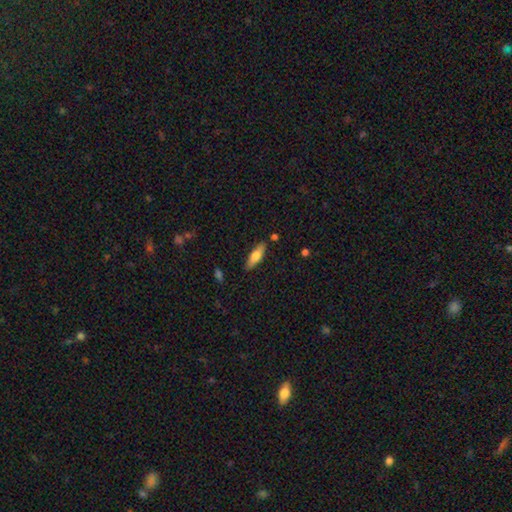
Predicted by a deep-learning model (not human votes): This appears to be a smooth galaxy with no disk features (60%) that is cigar-shaped (54%). Merging: none (85%).